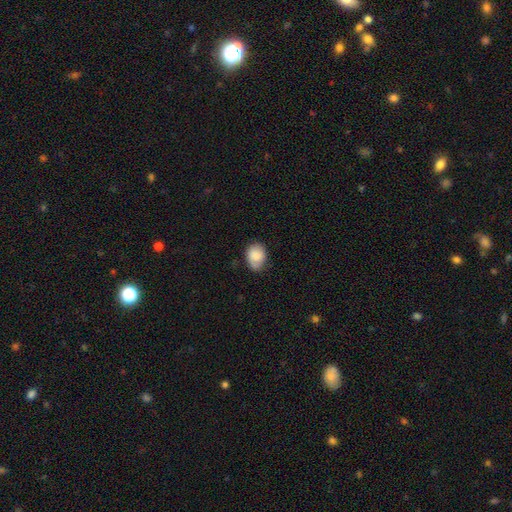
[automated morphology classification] Q: Smooth or featured?
A: smooth (82%); runner-up: featured or disk (11%)
Q: How rounded?
A: in between (62%); runner-up: round (37%)
Q: Merging?
A: none (61%); runner-up: minor disturbance (30%)